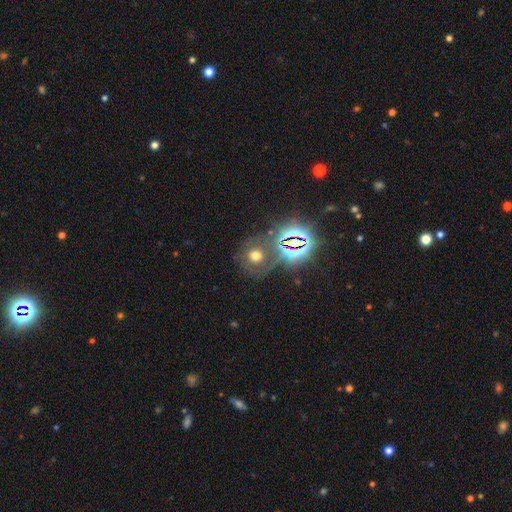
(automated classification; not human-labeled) Smooth or featured? Predicted: smooth (p=0.49). Merging? Predicted: none (p=0.70).